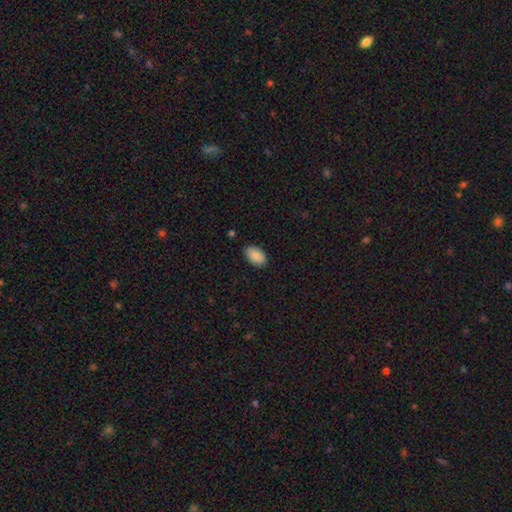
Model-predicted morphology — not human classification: Q: Smooth or featured?
A: smooth (90%); runner-up: star or artifact (7%)
Q: How rounded?
A: in between (93%); runner-up: round (5%)
Q: Merging?
A: none (84%); runner-up: minor disturbance (13%)